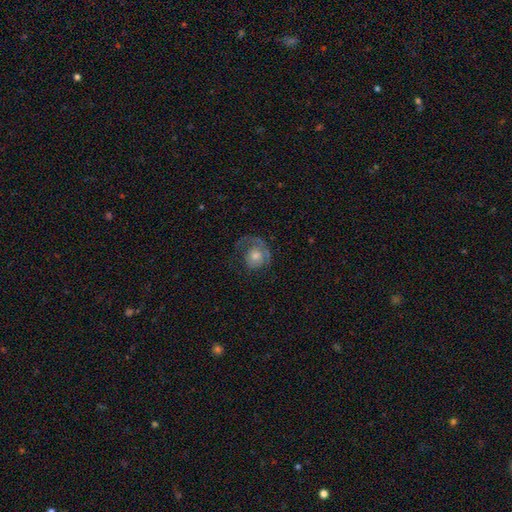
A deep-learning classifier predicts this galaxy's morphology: Q: Smooth or featured?
A: featured or disk (61%); runner-up: smooth (30%)
Q: Edge-on disk?
A: no (97%); runner-up: yes (3%)
Q: Bar?
A: no (82%); runner-up: weak (15%)
Q: Spiral arms?
A: yes (76%); runner-up: no (24%)
Q: Bulge size?
A: moderate (59%); runner-up: small (26%)
Q: Merging?
A: none (49%); runner-up: major disturbance (32%)